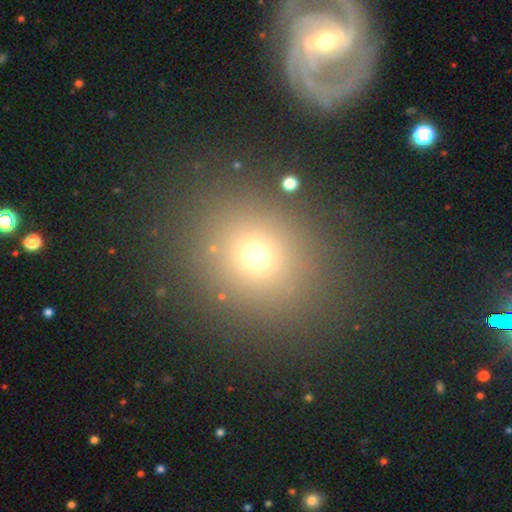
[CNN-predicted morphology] Smooth or featured: smooth — 68% (star or artifact — 20%)
How rounded: round — 75% (in between — 24%)
Merging: none — 84% (minor disturbance — 8%)